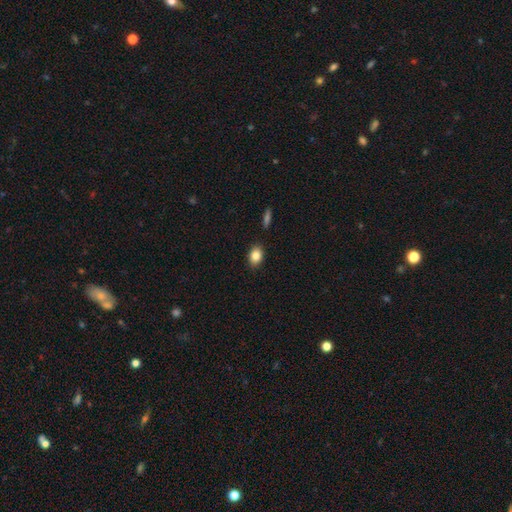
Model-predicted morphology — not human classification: The model was most divided on "how rounded": in between: 77%, round: 21%, cigar-shaped: 2%. More confident: merging — none (86%); smooth or featured — smooth (84%).